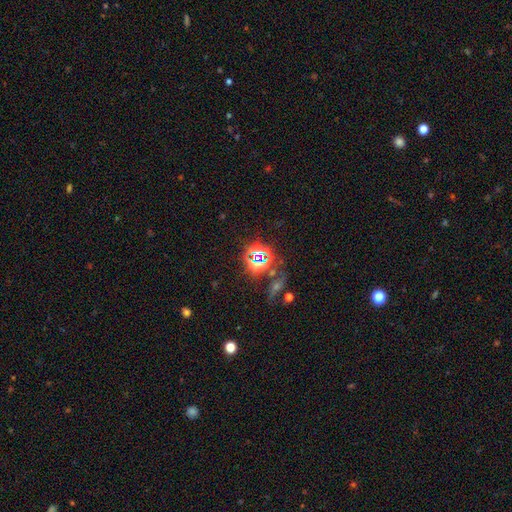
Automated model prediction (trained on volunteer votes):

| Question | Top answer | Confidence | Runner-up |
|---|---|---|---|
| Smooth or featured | star or artifact | 68% | smooth (21%) |